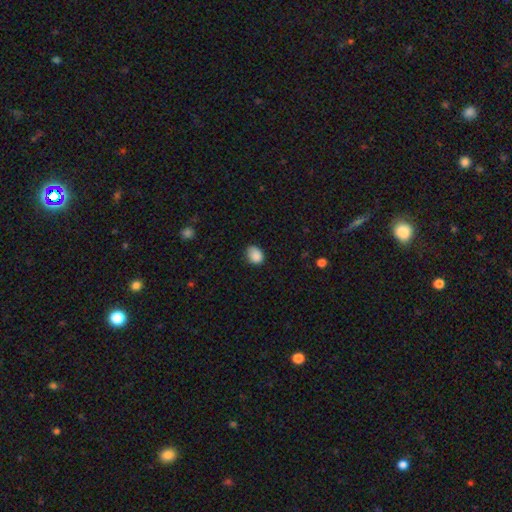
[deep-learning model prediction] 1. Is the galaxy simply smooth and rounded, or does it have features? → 87% smooth, 9% star or artifact, 4% featured or disk.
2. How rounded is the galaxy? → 57% in between, 42% round, 1% cigar-shaped.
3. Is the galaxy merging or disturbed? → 69% none, 25% minor disturbance, 5% major disturbance, 1% merger.